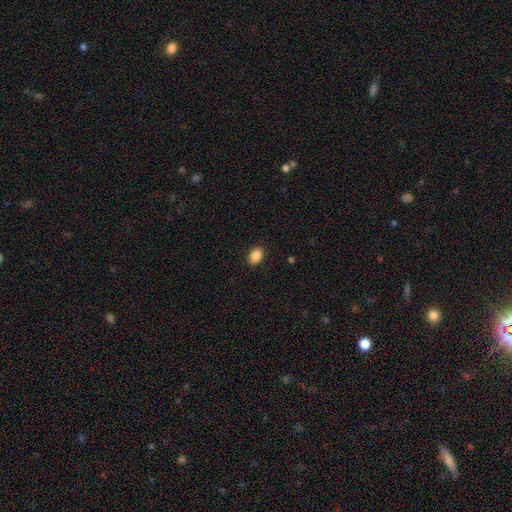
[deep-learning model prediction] Smooth or featured? Predicted: smooth (p=0.89). How rounded? Predicted: in between (p=0.86). Merging? Predicted: none (p=0.89).